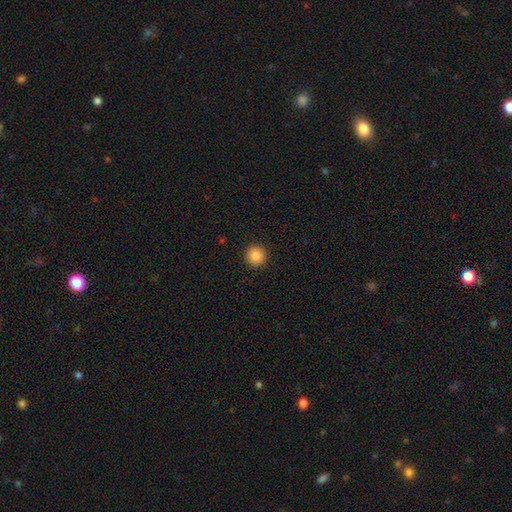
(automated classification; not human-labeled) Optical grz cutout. It shows a smooth galaxy with no disk features (87%) that is round (94%). Merging: none (92%).